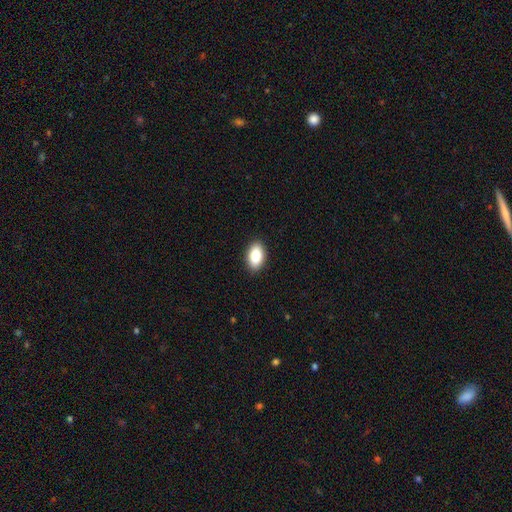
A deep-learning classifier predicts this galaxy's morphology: Smooth or featured: smooth — 85% (featured or disk — 7%)
How rounded: in between — 91% (round — 7%)
Merging: none — 90% (minor disturbance — 7%)